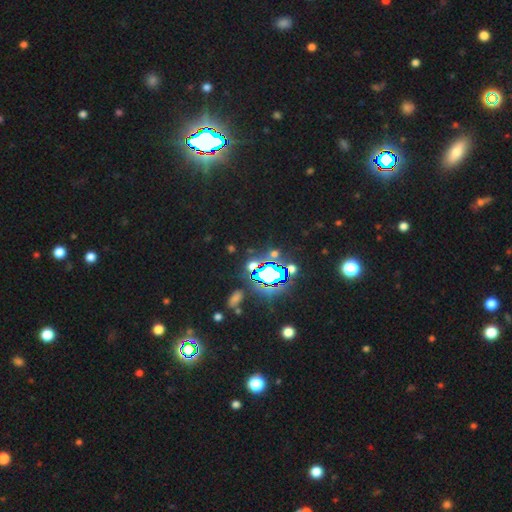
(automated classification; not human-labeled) This is clearly a star or artifact rather than a galaxy (84%).